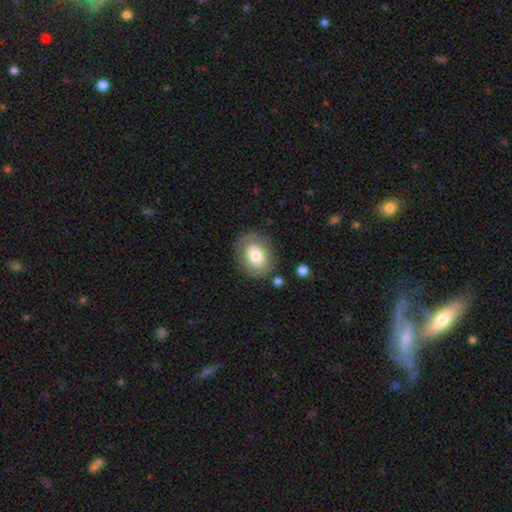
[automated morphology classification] smooth 69%, featured or disk 23%, star or artifact 8%. Down the decision tree: how rounded — round (57%); merging — none (78%).